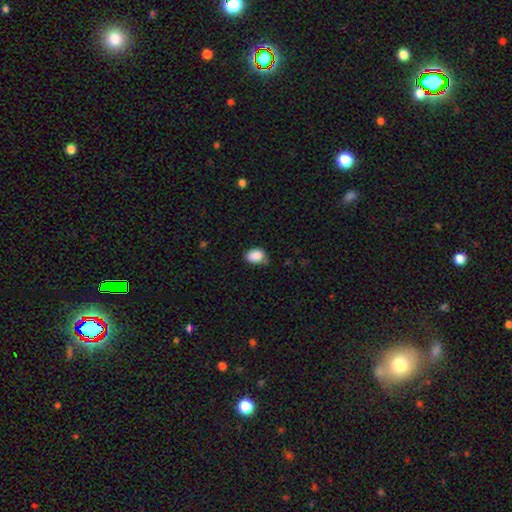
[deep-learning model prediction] This appears to be a smooth galaxy with no disk features (88%) that is in between round and cigar-shaped (76%). Merging: none (62%).